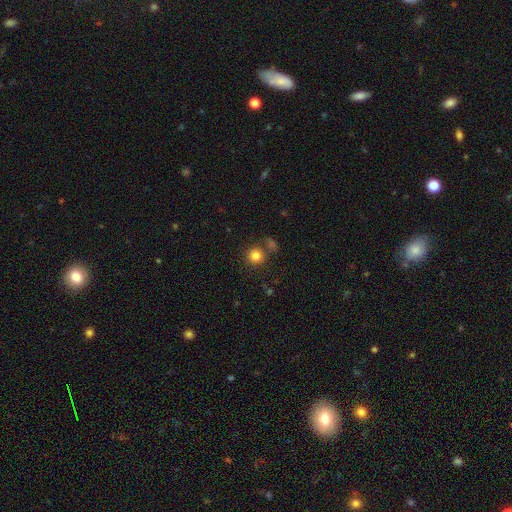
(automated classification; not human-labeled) Smooth or featured: smooth — 83% (star or artifact — 12%)
How rounded: round — 92% (in between — 7%)
Merging: none — 75% (merger — 12%)